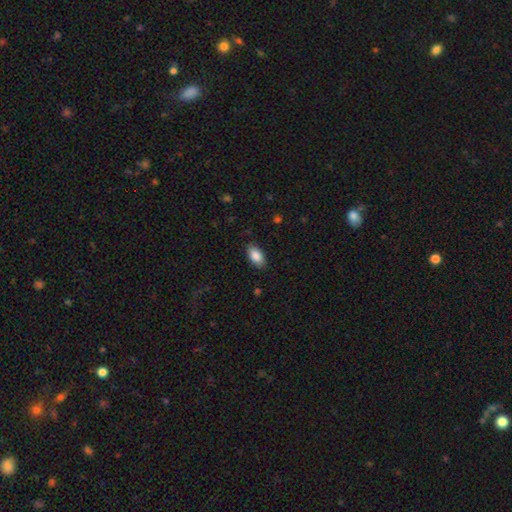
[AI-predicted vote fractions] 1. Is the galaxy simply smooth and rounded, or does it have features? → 87% smooth, 7% star or artifact, 6% featured or disk.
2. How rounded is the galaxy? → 94% in between, 4% round, 3% cigar-shaped.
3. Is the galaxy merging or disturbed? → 87% none, 10% minor disturbance, 2% major disturbance, 1% merger.